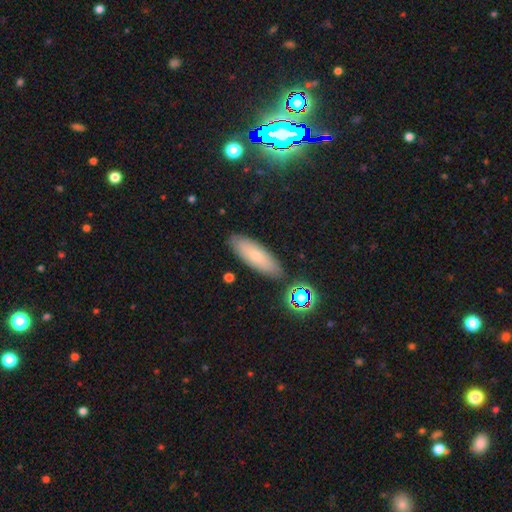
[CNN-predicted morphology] smooth-or-featured: smooth: 70% | featured or disk: 21% | star or artifact: 10%
  how-rounded: in between: 58% | cigar-shaped: 39% | round: 3%
  merging: none: 86% | minor disturbance: 9% | merger: 2% | major disturbance: 2%